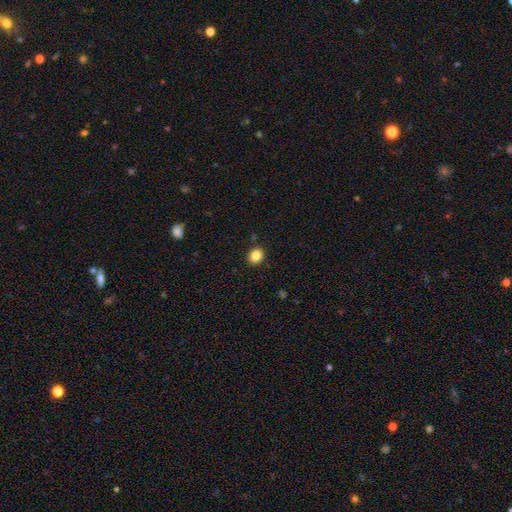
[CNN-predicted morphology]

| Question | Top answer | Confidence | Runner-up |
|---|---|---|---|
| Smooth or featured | smooth | 85% | star or artifact (10%) |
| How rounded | round | 71% | in between (29%) |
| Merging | none | 90% | minor disturbance (7%) |